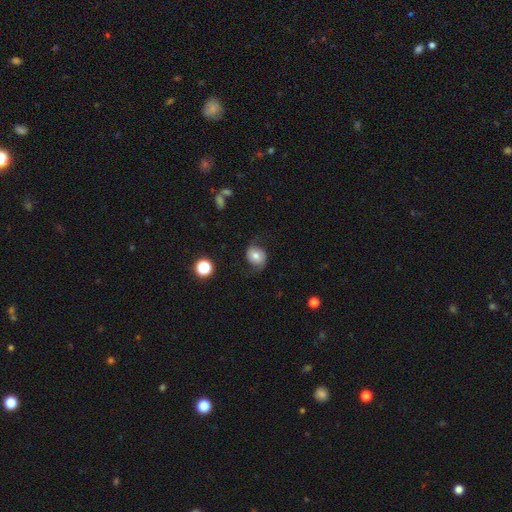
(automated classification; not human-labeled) Q: Smooth or featured?
A: smooth (47%); runner-up: featured or disk (43%)
Q: Merging?
A: none (66%); runner-up: minor disturbance (20%)